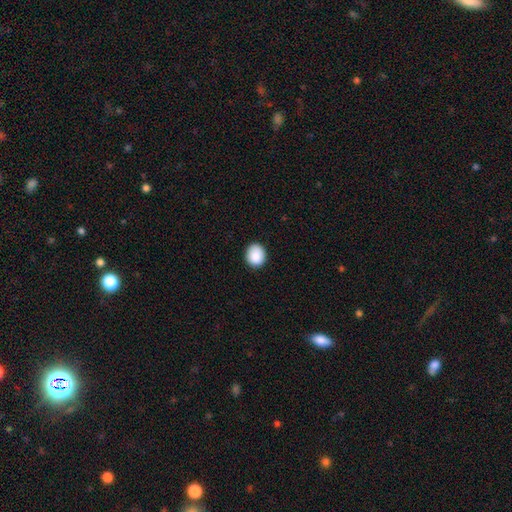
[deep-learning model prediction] Smooth or featured: smooth — 88% (star or artifact — 8%)
How rounded: round — 74% (in between — 25%)
Merging: none — 88% (minor disturbance — 9%)